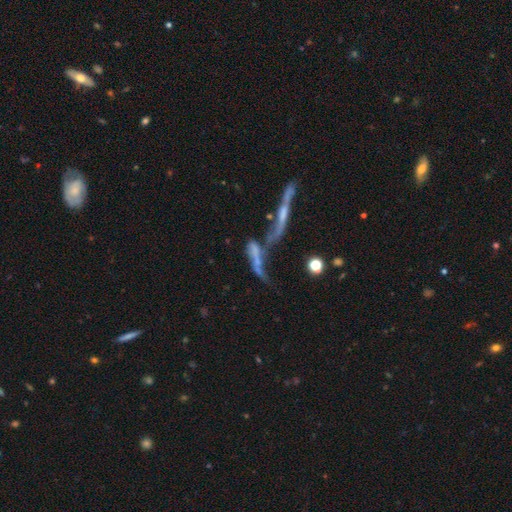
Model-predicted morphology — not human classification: smooth-or-featured: featured or disk: 53% | smooth: 31% | star or artifact: 17%
  disk-edge-on: no: 70% | yes: 30%
  merging: merger: 60% | major disturbance: 20% | none: 13% | minor disturbance: 7%